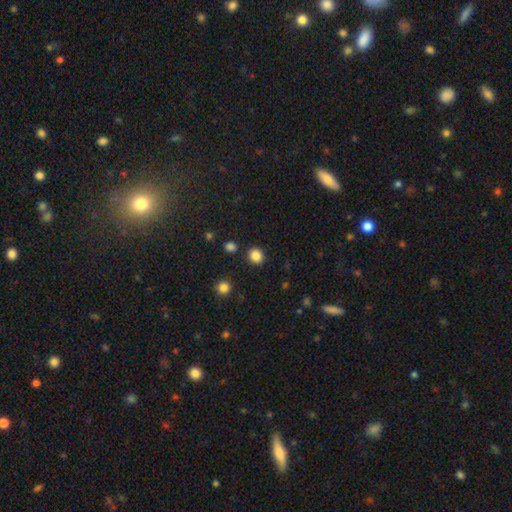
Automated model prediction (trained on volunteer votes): smooth-or-featured: smooth: 86% | star or artifact: 11% | featured or disk: 4%
  how-rounded: round: 75% | in between: 24% | cigar-shaped: 1%
  merging: none: 87% | minor disturbance: 7% | merger: 3% | major disturbance: 2%